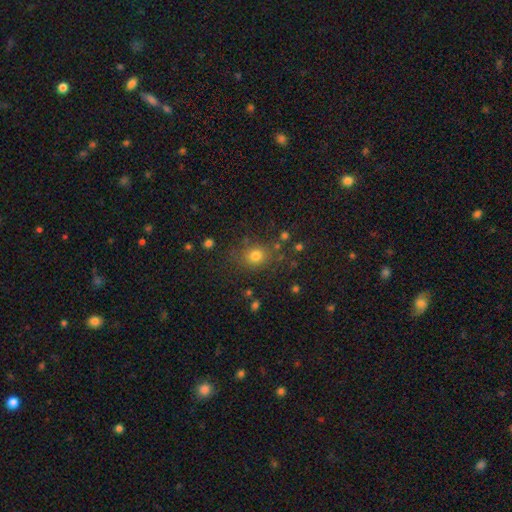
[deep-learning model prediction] Smooth or featured: smooth — 76% (star or artifact — 16%)
How rounded: round — 73% (in between — 26%)
Merging: none — 77% (minor disturbance — 13%)